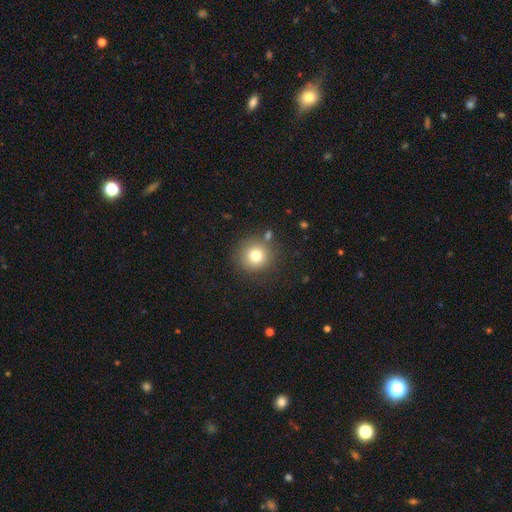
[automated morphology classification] smooth-or-featured: smooth: 78% | star or artifact: 12% | featured or disk: 9%
  how-rounded: round: 93% | in between: 6% | cigar-shaped: 1%
  merging: none: 83% | minor disturbance: 8% | merger: 5% | major disturbance: 3%